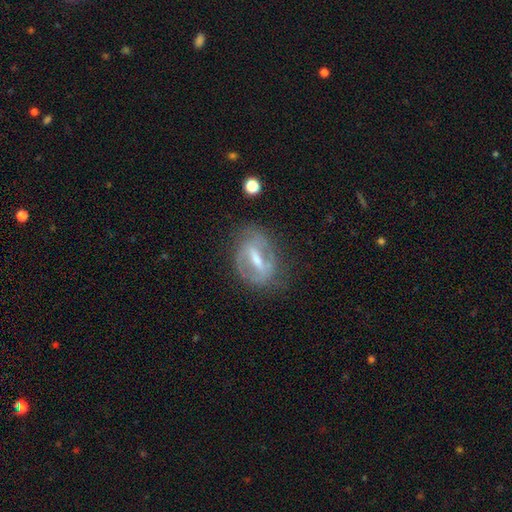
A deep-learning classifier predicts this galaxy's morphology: A featured or disk galaxy (73%) with a strong bar (61%), spiral arms (64%) and a moderate central bulge (48%). Merging: none (73%).